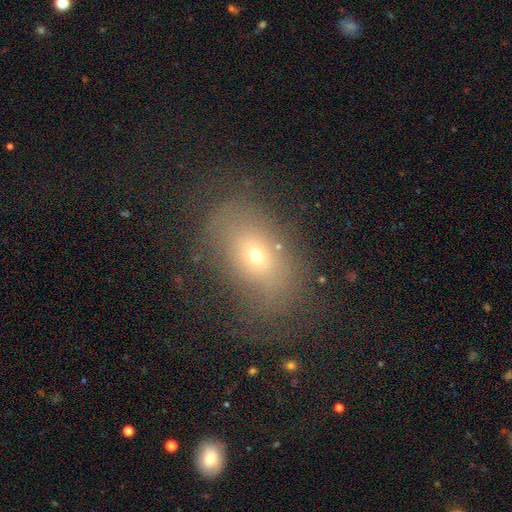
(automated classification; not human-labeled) Smooth or featured? Predicted: smooth (p=0.55). How rounded? Predicted: in between (p=0.72). Merging? Predicted: none (p=0.58).